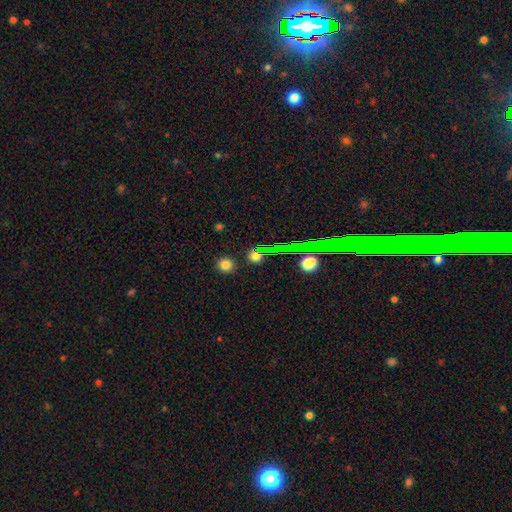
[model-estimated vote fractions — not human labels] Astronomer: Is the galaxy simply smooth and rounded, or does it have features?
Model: smooth — 62%.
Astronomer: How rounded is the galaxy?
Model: round — 83%.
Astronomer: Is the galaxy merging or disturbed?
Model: none — 86%.